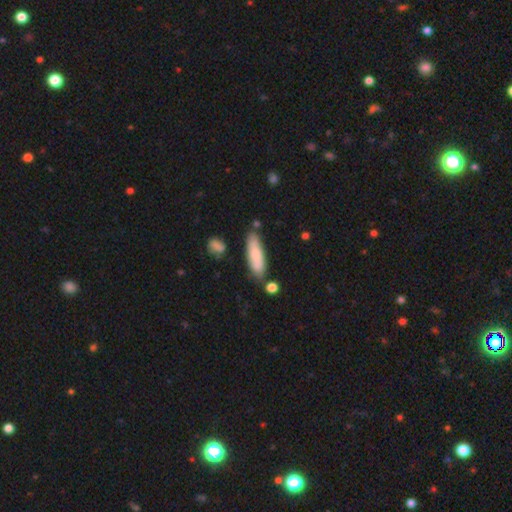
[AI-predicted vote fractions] A smooth galaxy with no disk features (79%) that is cigar-shaped (53%).

Vote fractions:
- Smooth or featured? smooth: 79% / featured or disk: 15% / star or artifact: 6%
- How rounded? cigar-shaped: 53% / in between: 45% / round: 2%
- Merging? none: 74% / minor disturbance: 15% / merger: 7% / major disturbance: 3%